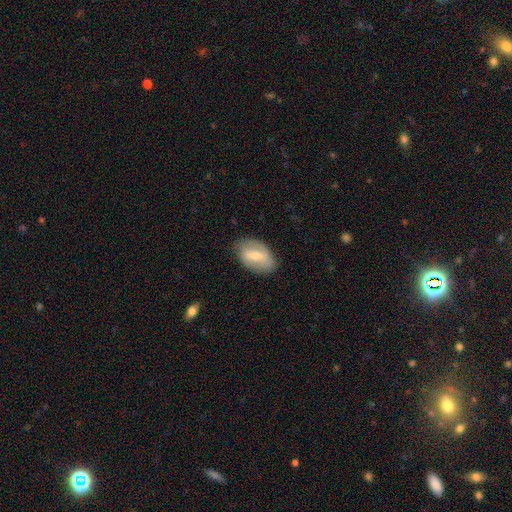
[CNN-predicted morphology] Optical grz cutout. It shows a featured or disk galaxy (49%). Merging: none (73%).